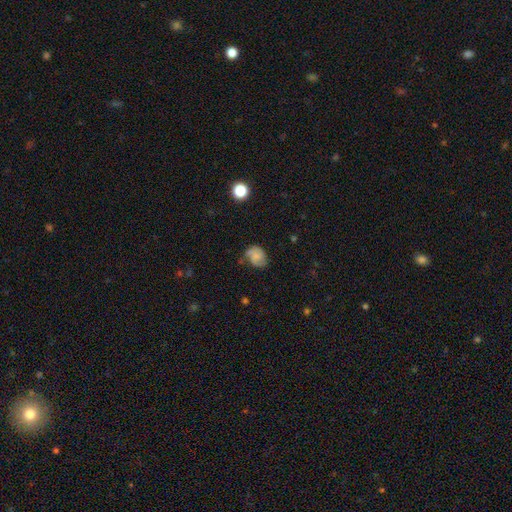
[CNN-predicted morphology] Smooth or featured? Predicted: smooth (p=0.54). How rounded? Predicted: in between (p=0.58). Merging? Predicted: none (p=0.51).